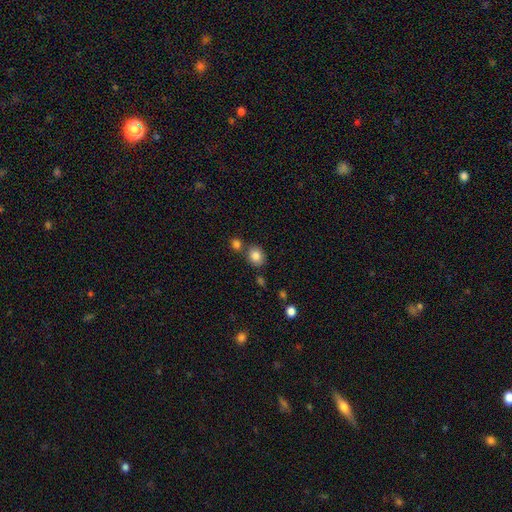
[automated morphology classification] Smooth or featured?
  - smooth: 83% *
  - star or artifact: 10%
  - featured or disk: 7%
How rounded?
  - round: 65% *
  - in between: 34%
  - cigar-shaped: 1%
Merging?
  - none: 70% *
  - merger: 16%
  - minor disturbance: 11%
  - major disturbance: 3%